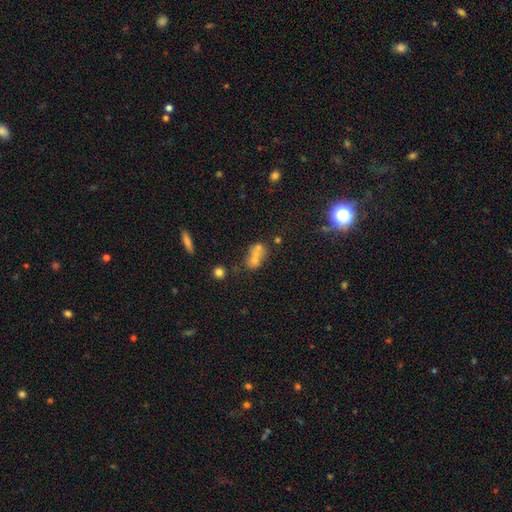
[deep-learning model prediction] This appears to be a smooth galaxy with no disk features (59%) that is in between round and cigar-shaped (56%). Merging: merger (61%).